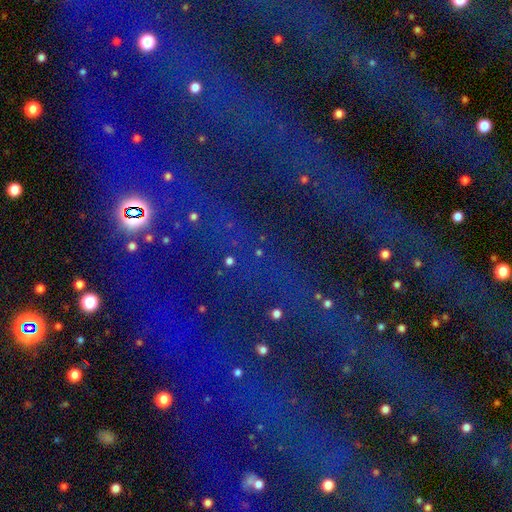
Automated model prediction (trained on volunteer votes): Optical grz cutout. It shows a star or artifact, not a galaxy (82%).